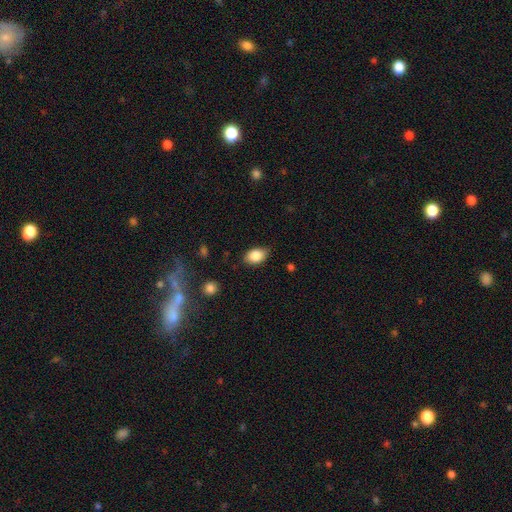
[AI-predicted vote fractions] Smooth or featured: smooth — 86% (star or artifact — 8%)
How rounded: in between — 84% (round — 15%)
Merging: none — 77% (minor disturbance — 18%)